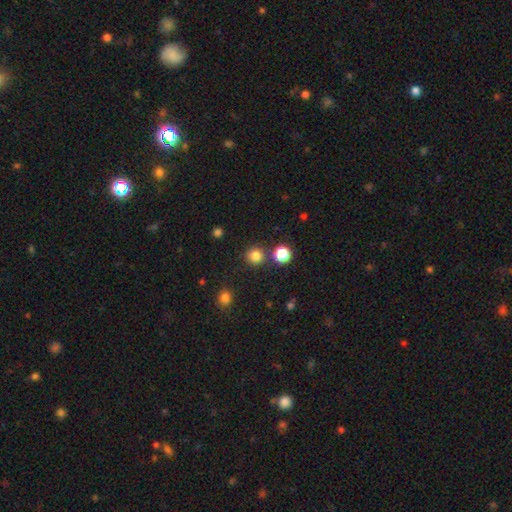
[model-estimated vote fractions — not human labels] Smooth or featured: smooth — 82% (star or artifact — 14%)
How rounded: round — 94% (in between — 5%)
Merging: none — 85% (merger — 7%)